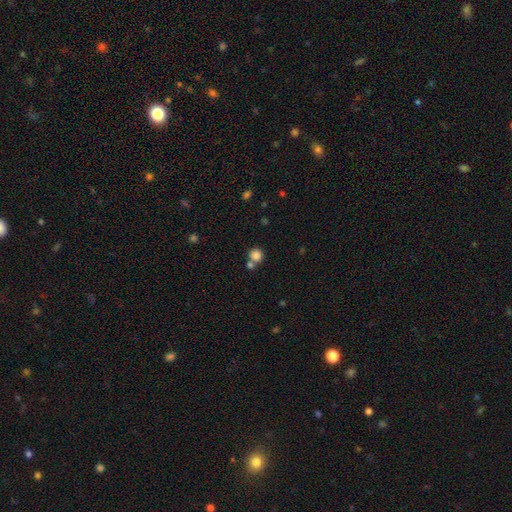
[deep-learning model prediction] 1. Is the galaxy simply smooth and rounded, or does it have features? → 83% smooth, 12% star or artifact, 5% featured or disk.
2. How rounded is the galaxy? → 88% round, 11% in between, 1% cigar-shaped.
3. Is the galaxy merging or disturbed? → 60% none, 27% merger, 9% minor disturbance, 4% major disturbance.